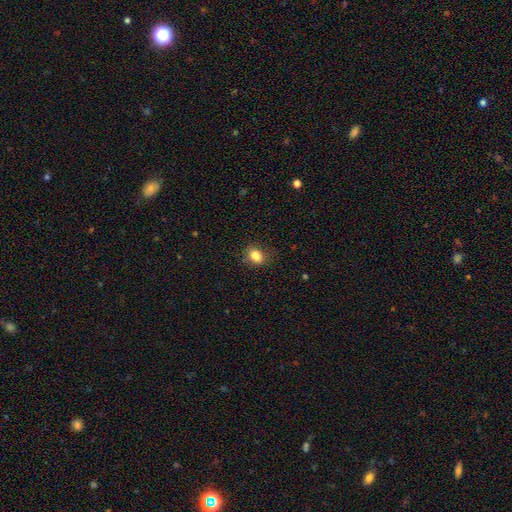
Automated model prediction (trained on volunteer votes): Q: Smooth or featured?
A: smooth (84%); runner-up: star or artifact (10%)
Q: How rounded?
A: in between (61%); runner-up: round (37%)
Q: Merging?
A: none (82%); runner-up: minor disturbance (13%)